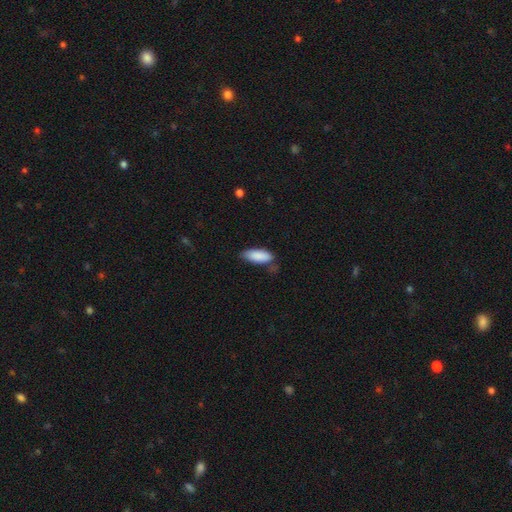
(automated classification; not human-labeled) A smooth galaxy with no disk features (88%) that is in between round and cigar-shaped (80%). Merging: none (62%).